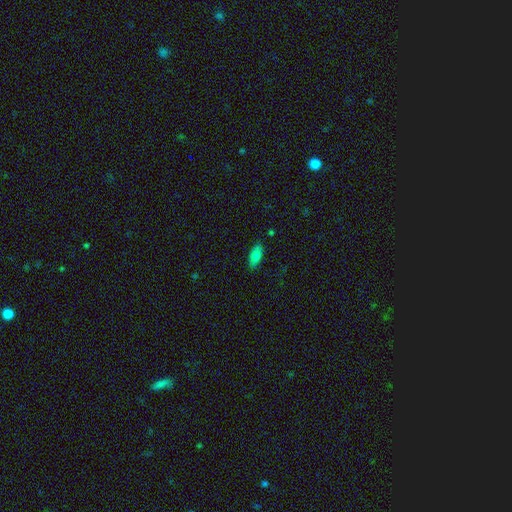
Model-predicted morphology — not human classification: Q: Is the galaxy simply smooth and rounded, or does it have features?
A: smooth — 80%.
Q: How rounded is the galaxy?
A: in between — 82%.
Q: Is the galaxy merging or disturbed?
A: none — 85%.